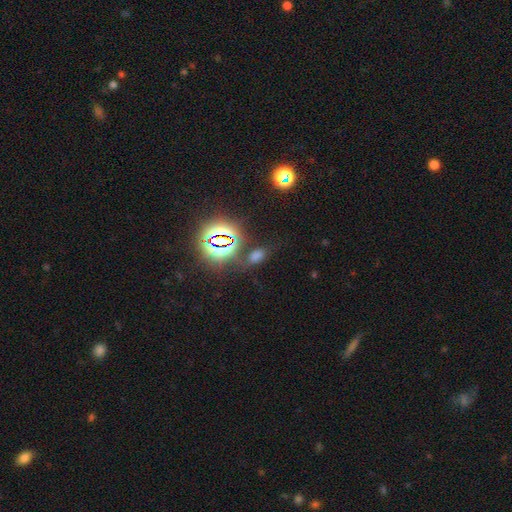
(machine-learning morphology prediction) smooth-or-featured: smooth: 46% | star or artifact: 45% | featured or disk: 8%
  merging: none: 69% | minor disturbance: 16% | major disturbance: 8% | merger: 8%